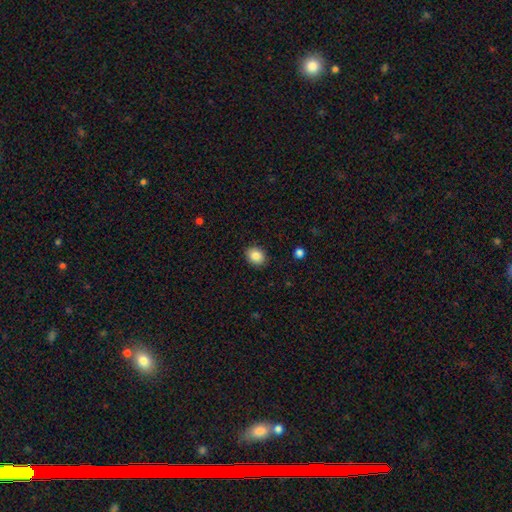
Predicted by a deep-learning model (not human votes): smooth_or_featured: smooth (p=0.87) [alt: star or artifact p=0.08]
how_rounded: in between (p=0.59) [alt: round p=0.40]
merging: none (p=0.89) [alt: minor disturbance p=0.08]